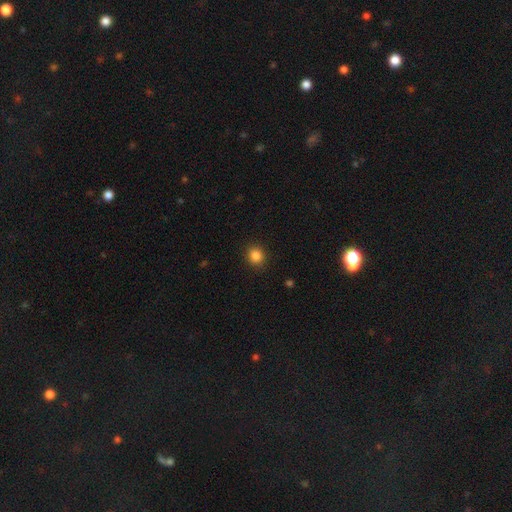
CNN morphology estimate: A smooth galaxy with no disk features (85%) that is round (79%).

Vote fractions:
- Smooth or featured? smooth: 85% / star or artifact: 11% / featured or disk: 4%
- How rounded? round: 79% / in between: 20% / cigar-shaped: 1%
- Merging? none: 90% / minor disturbance: 7% / major disturbance: 2% / merger: 1%